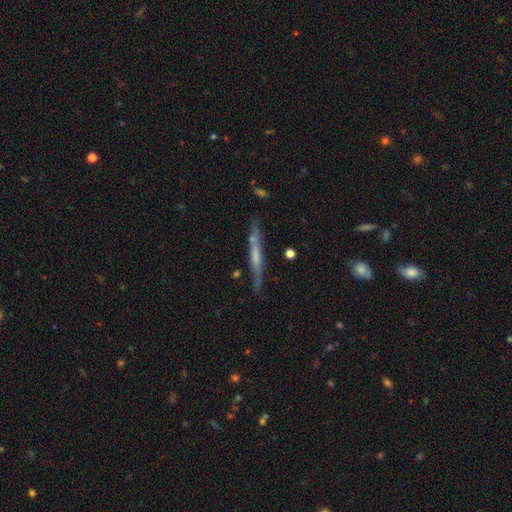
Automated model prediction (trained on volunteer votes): A featured or disk galaxy (59%) viewed edge-on (92%) with no central bulge (60%). Merging: none (76%).